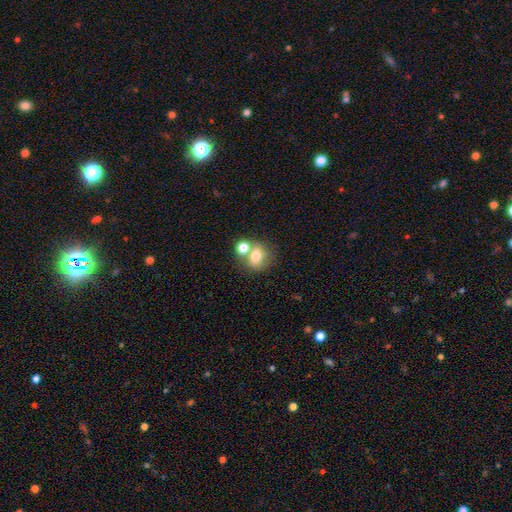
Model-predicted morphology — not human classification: This is likely a smooth galaxy (72%). How rounded: possibly round (57%). Merging: marginally none (43%).